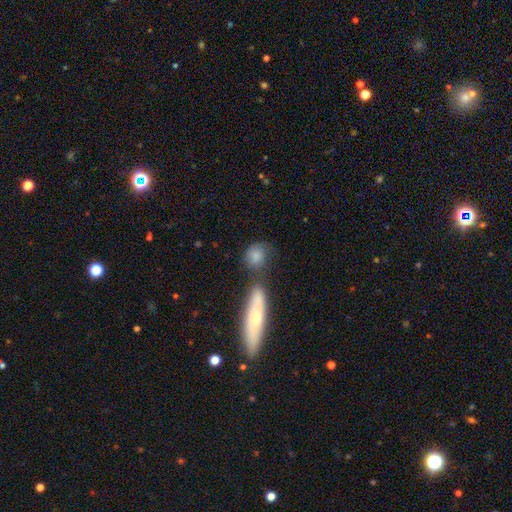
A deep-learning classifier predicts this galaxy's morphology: smooth_or_featured: smooth (p=0.78) [alt: featured or disk p=0.12]
how_rounded: round (p=0.57) [alt: in between p=0.37]
merging: none (p=0.48) [alt: merger p=0.30]